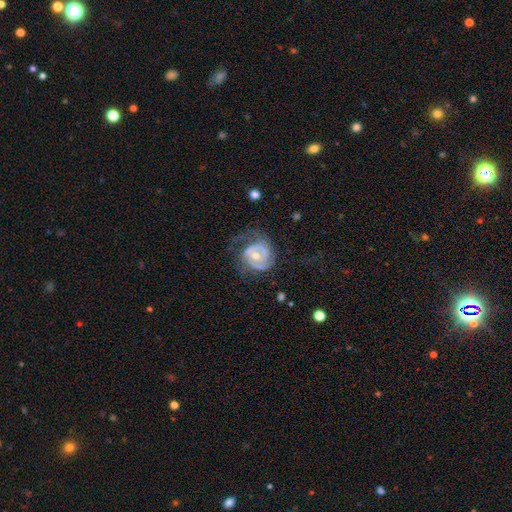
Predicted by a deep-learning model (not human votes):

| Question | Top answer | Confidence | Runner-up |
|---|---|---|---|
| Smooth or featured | featured or disk | 83% | smooth (12%) |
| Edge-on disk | no | 97% | yes (3%) |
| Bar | no | 53% | weak (35%) |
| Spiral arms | yes | 90% | no (10%) |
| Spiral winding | tight | 52% | medium (34%) |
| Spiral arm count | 2 | 55% | can't tell (18%) |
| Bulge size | moderate | 62% | small (33%) |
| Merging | none | 52% | major disturbance (24%) |